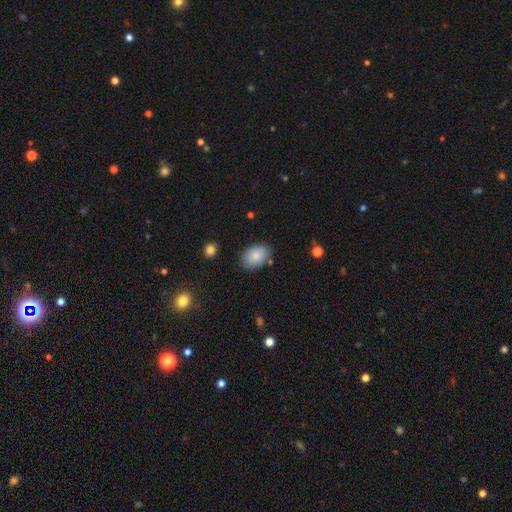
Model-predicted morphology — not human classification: Q: Smooth or featured?
A: smooth (84%); runner-up: featured or disk (10%)
Q: How rounded?
A: in between (88%); runner-up: round (11%)
Q: Merging?
A: none (81%); runner-up: minor disturbance (14%)